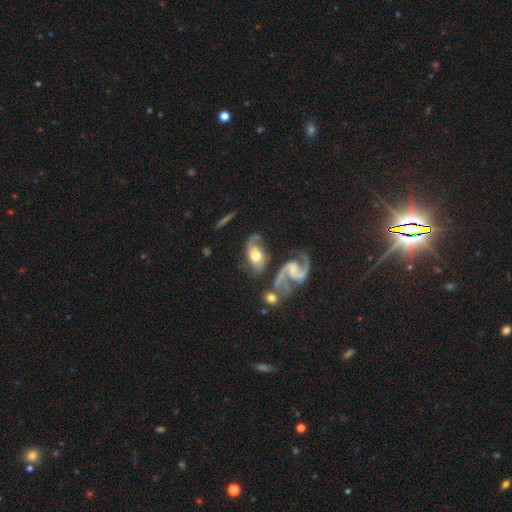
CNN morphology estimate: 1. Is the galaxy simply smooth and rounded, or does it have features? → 68% featured or disk, 25% smooth, 7% star or artifact.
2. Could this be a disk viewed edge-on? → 93% no, 7% yes.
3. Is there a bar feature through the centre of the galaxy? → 59% no, 32% weak, 9% strong.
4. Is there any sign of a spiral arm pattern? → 85% yes, 15% no.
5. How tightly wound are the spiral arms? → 45% loose, 43% medium, 12% tight.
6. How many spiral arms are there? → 80% 2, 8% 1, 7% can't tell, 2% 3, 1% 4, 1% more than 4.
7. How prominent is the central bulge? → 46% moderate, 29% large, 17% small, 5% none, 3% dominant.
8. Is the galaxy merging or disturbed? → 44% none, 20% minor disturbance, 18% merger, 18% major disturbance.